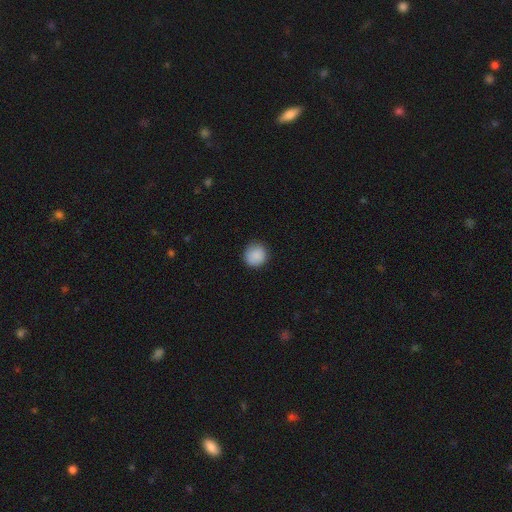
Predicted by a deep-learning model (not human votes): A smooth galaxy with no disk features (89%) that is round (92%). Merging: none (87%).